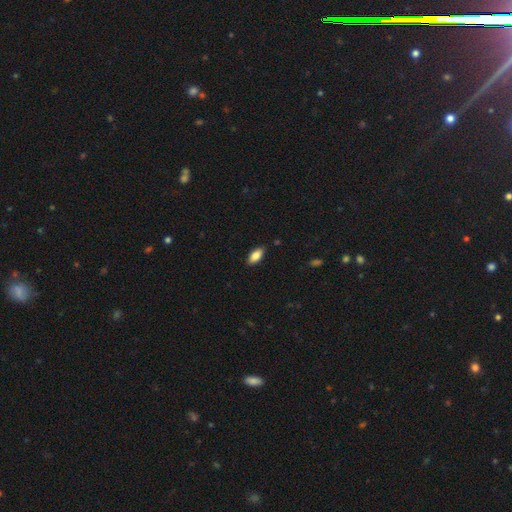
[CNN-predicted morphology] Q: Smooth or featured?
A: smooth (84%); runner-up: featured or disk (10%)
Q: How rounded?
A: in between (89%); runner-up: cigar-shaped (8%)
Q: Merging?
A: none (87%); runner-up: minor disturbance (10%)